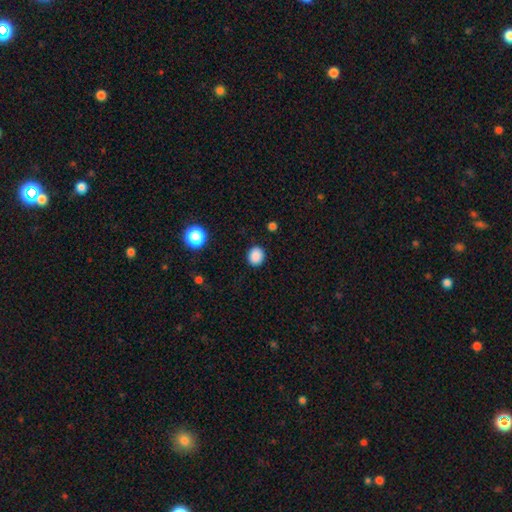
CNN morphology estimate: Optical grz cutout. It shows a smooth galaxy with no disk features (87%) that is round (75%). Merging: none (90%).